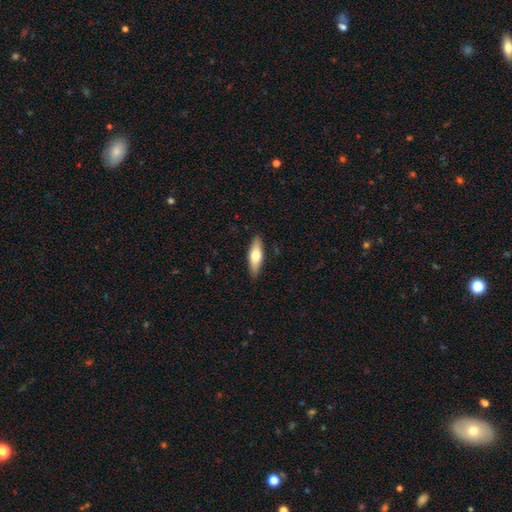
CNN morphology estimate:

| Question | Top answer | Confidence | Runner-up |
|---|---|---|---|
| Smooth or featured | smooth | 63% | featured or disk (31%) |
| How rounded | in between | 49% | cigar-shaped (48%) |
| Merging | none | 88% | minor disturbance (9%) |